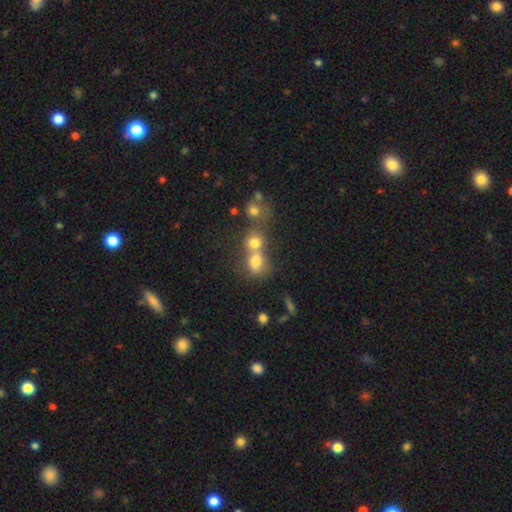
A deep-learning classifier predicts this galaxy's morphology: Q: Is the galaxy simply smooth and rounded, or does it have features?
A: smooth — 61%.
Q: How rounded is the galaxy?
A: round — 70%.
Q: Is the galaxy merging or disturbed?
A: merger — 56%.